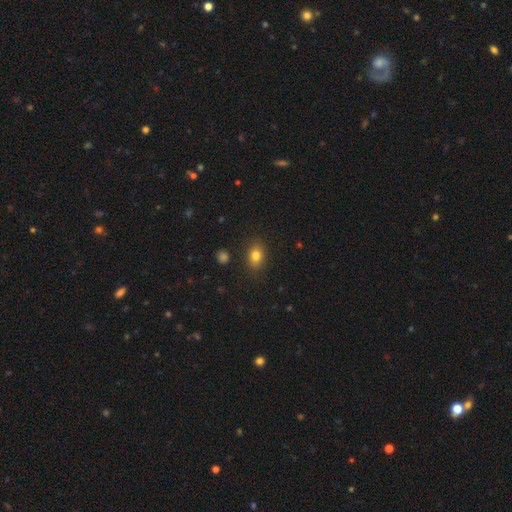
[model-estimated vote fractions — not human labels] smooth-or-featured: smooth: 81% | star or artifact: 11% | featured or disk: 8%
  how-rounded: in between: 69% | round: 30% | cigar-shaped: 2%
  merging: none: 86% | minor disturbance: 10% | major disturbance: 3% | merger: 2%